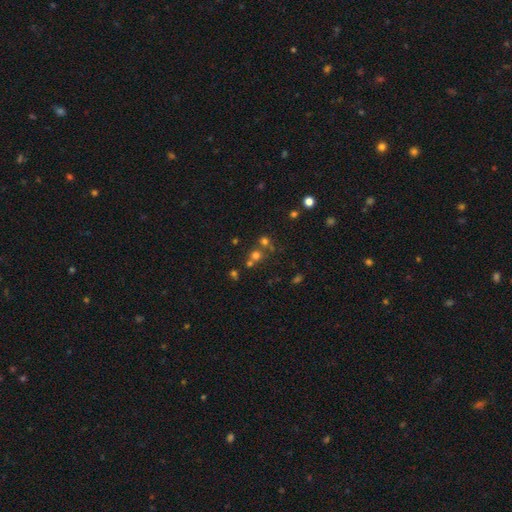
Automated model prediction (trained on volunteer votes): A smooth galaxy with no disk features (54%) that is round (87%). Merging: none (54%).